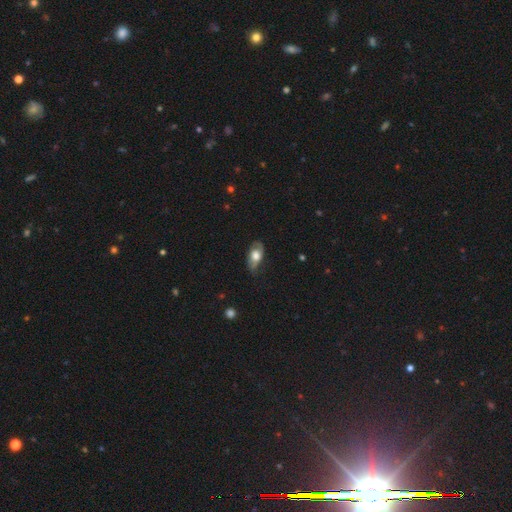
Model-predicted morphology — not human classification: Smooth or featured?
  - smooth: 53% *
  - featured or disk: 41%
  - star or artifact: 6%
How rounded?
  - in between: 88% *
  - round: 7%
  - cigar-shaped: 5%
Merging?
  - none: 63% *
  - minor disturbance: 27%
  - major disturbance: 8%
  - merger: 1%